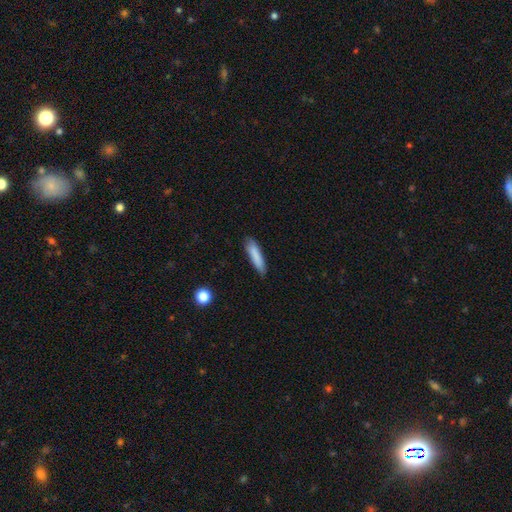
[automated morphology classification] smooth_or_featured: smooth (p=0.84) [alt: featured or disk p=0.09]
how_rounded: cigar-shaped (p=0.80) [alt: in between p=0.19]
merging: none (p=0.80) [alt: minor disturbance p=0.16]